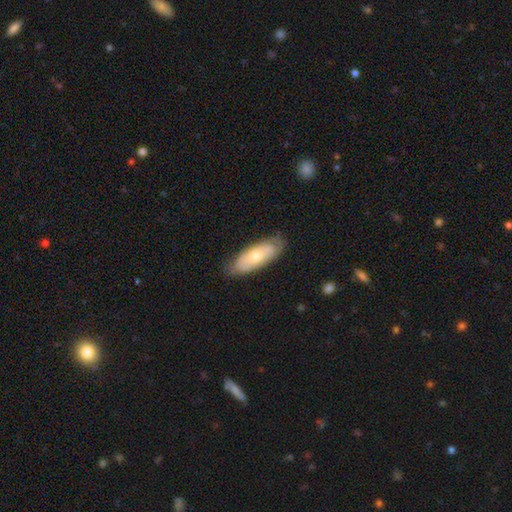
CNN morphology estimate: A smooth galaxy with no disk features (55%) that is in between round and cigar-shaped (75%).

Vote fractions:
- Smooth or featured? smooth: 55% / featured or disk: 39% / star or artifact: 6%
- How rounded? in between: 75% / cigar-shaped: 23% / round: 2%
- Merging? none: 79% / minor disturbance: 17% / major disturbance: 3% / merger: 1%